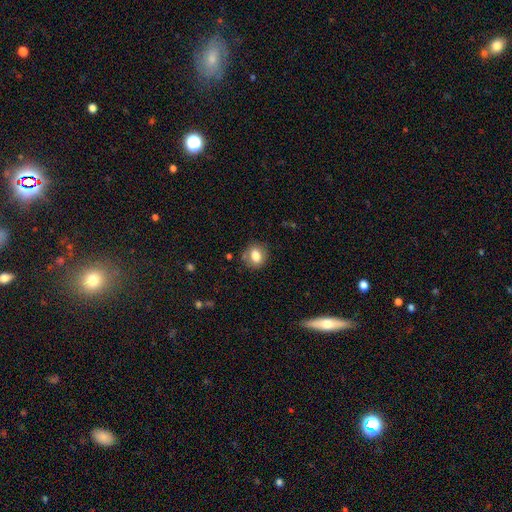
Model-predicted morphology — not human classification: This is clearly a smooth galaxy (80%). How rounded: likely round (64%). Merging: clearly none (81%).